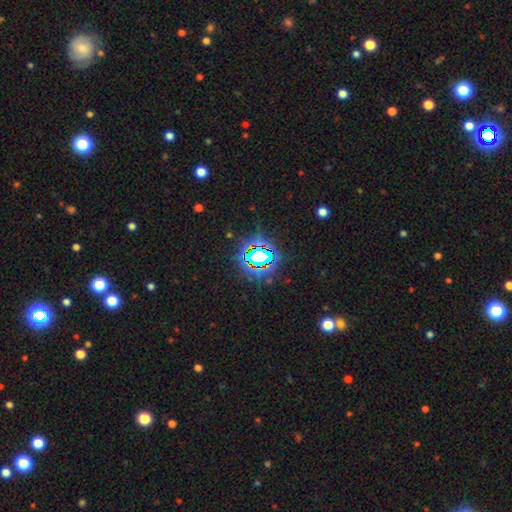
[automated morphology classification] Smooth or featured? star or artifact (73%)